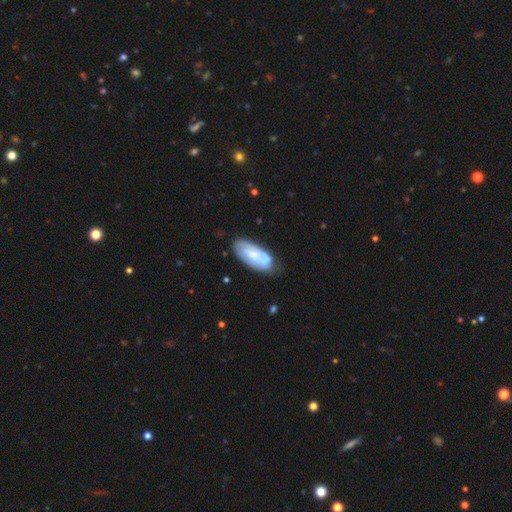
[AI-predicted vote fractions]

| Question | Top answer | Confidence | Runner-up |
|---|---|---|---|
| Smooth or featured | smooth | 49% | featured or disk (44%) |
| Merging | none | 63% | minor disturbance (25%) |